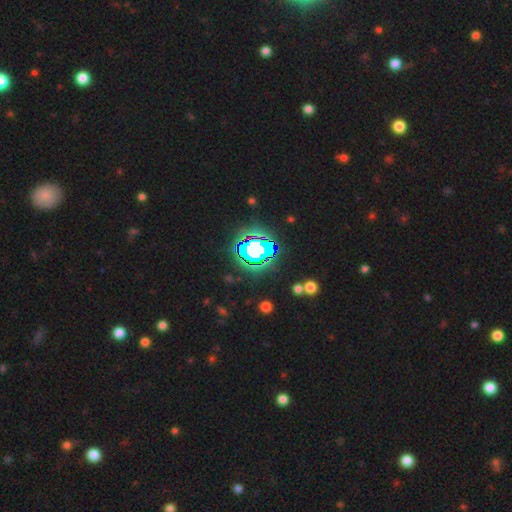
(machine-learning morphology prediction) smooth-or-featured: star or artifact: 67% | smooth: 17% | featured or disk: 16%